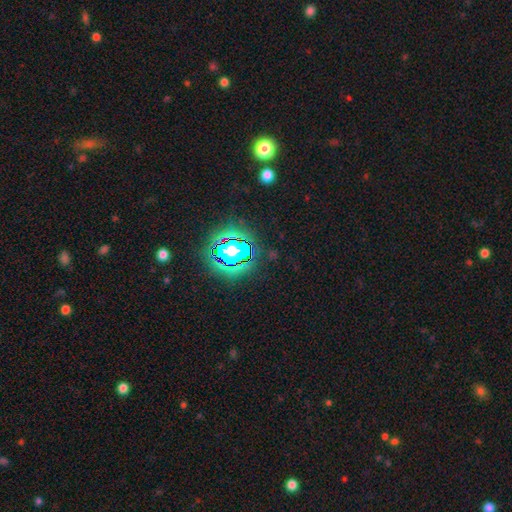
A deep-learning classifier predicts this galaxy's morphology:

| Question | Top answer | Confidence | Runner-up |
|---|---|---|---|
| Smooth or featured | star or artifact | 80% | smooth (12%) |